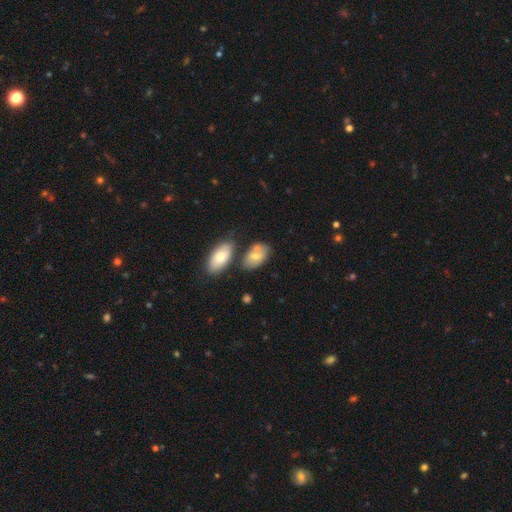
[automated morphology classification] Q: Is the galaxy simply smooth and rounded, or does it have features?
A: smooth — 68%.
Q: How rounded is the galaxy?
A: in between — 90%.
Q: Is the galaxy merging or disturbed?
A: none — 51%.